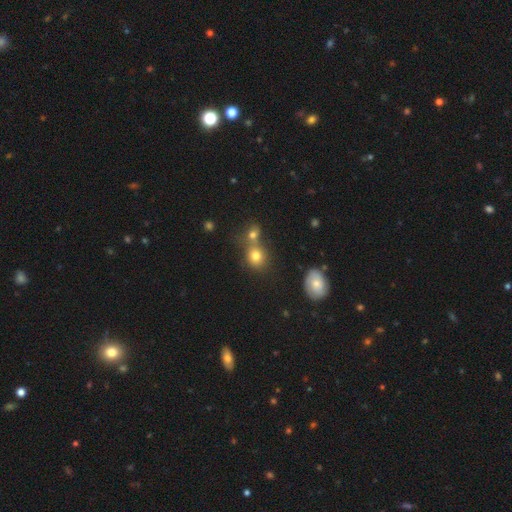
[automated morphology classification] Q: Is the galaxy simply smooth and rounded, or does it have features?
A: smooth — 75%.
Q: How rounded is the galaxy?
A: round — 71%.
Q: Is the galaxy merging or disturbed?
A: none — 47%.